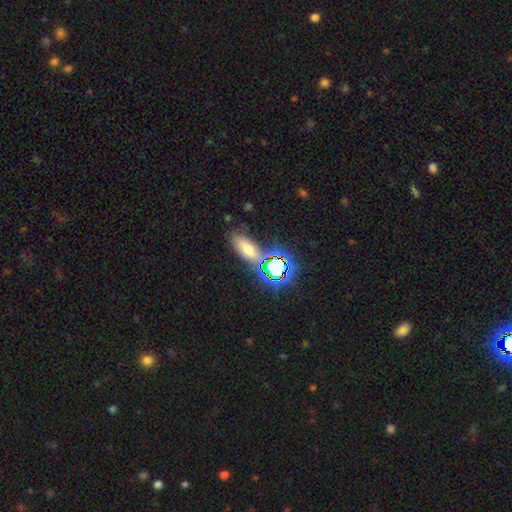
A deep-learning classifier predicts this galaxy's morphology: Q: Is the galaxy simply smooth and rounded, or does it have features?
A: star or artifact — 45%.